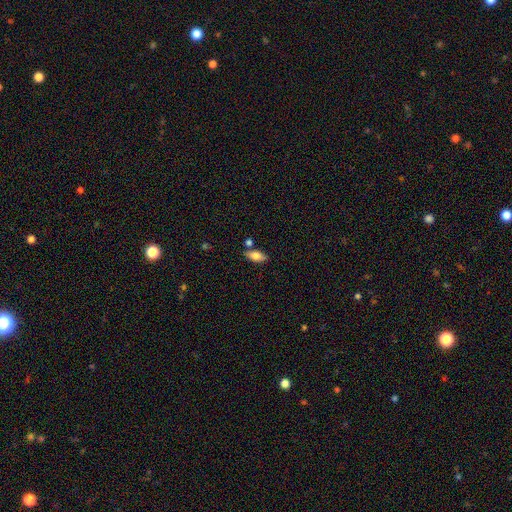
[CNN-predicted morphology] This appears to be a smooth galaxy with no disk features (72%) that is in between round and cigar-shaped (83%). Merging: none (75%).